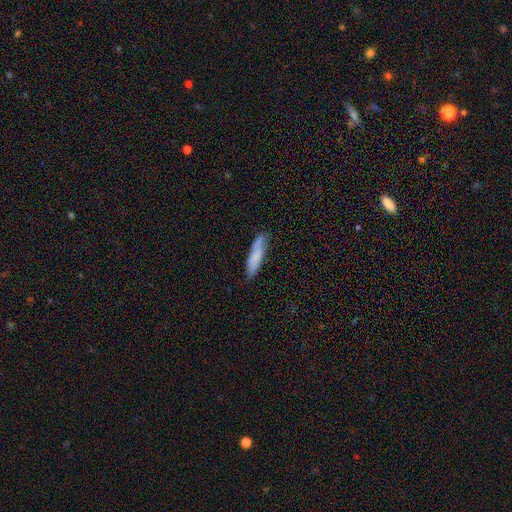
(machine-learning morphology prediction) smooth 73%, featured or disk 21%, star or artifact 6%. Down the decision tree: how rounded — cigar-shaped (80%); merging — none (74%).